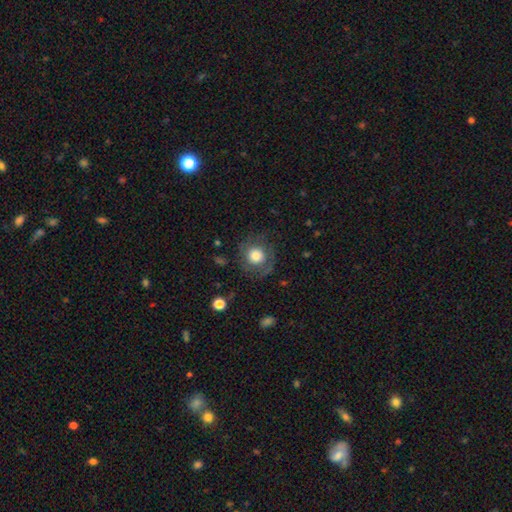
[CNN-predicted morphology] The model was most divided on "smooth or featured": smooth: 66%, featured or disk: 25%, star or artifact: 9%. More confident: how rounded — round (91%); merging — none (74%).